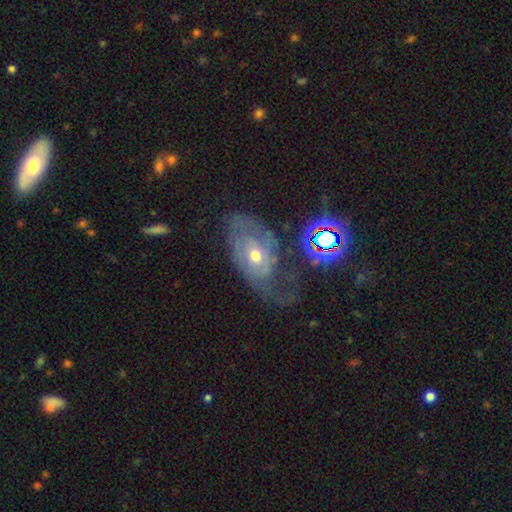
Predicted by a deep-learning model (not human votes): The model was most divided on "merging": none: 40%, major disturbance: 32%, minor disturbance: 25%, merger: 4%. More confident: edge-on disk — no (93%); bar — no (77%); spiral arms — yes (71%); smooth or featured — featured or disk (67%); bulge size — moderate (65%).